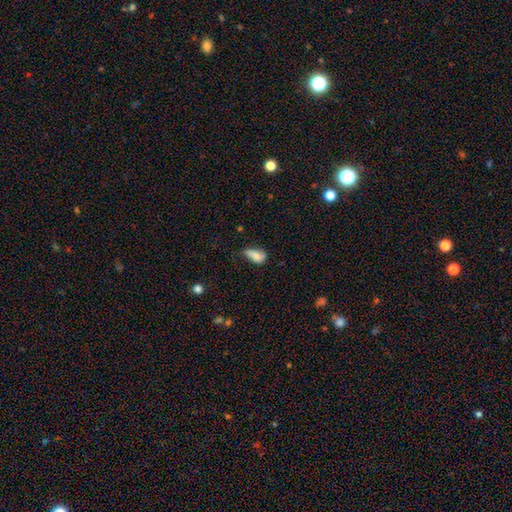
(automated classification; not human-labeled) Smooth or featured? smooth (73%)
How rounded? in between (88%)
Merging? minor disturbance (42%)